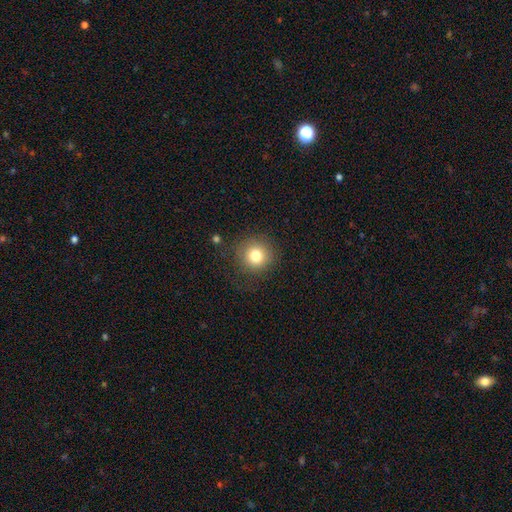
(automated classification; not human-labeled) Q: Smooth or featured?
A: smooth (79%); runner-up: star or artifact (12%)
Q: How rounded?
A: round (92%); runner-up: in between (7%)
Q: Merging?
A: none (85%); runner-up: minor disturbance (10%)